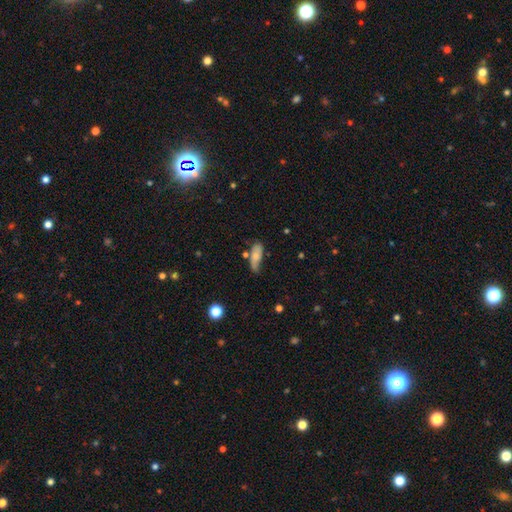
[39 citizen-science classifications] Morphology: type=smooth (82%); roundness=in between (69%); merging=minor disturbance (53%).